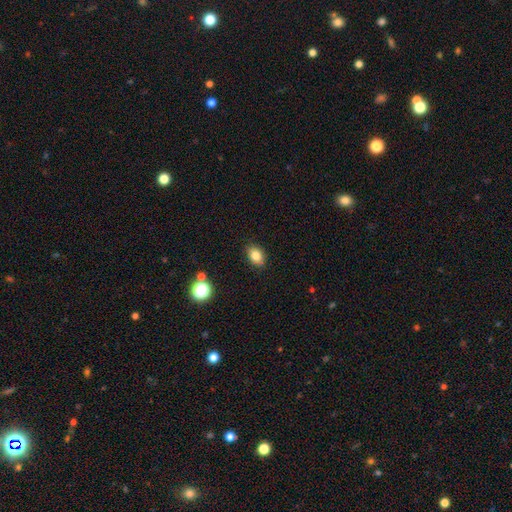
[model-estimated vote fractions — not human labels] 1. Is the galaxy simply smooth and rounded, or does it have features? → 82% smooth, 10% star or artifact, 8% featured or disk.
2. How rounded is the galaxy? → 78% in between, 21% round, 1% cigar-shaped.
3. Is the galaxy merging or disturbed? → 88% none, 9% minor disturbance, 2% major disturbance, 1% merger.